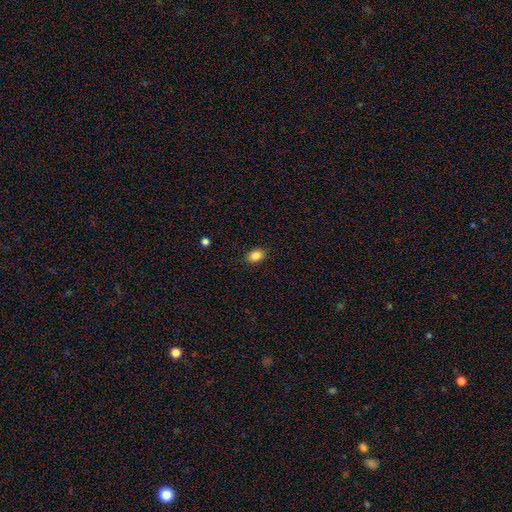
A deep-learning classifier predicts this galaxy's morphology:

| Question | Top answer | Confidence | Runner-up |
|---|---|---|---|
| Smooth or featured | smooth | 87% | star or artifact (9%) |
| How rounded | in between | 72% | round (27%) |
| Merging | none | 87% | minor disturbance (9%) |